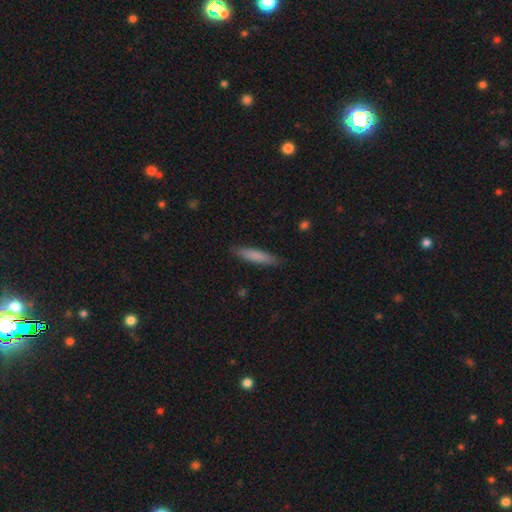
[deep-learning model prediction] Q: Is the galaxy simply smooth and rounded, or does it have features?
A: smooth — 79%.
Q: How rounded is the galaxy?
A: cigar-shaped — 86%.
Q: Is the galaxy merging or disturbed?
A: none — 87%.